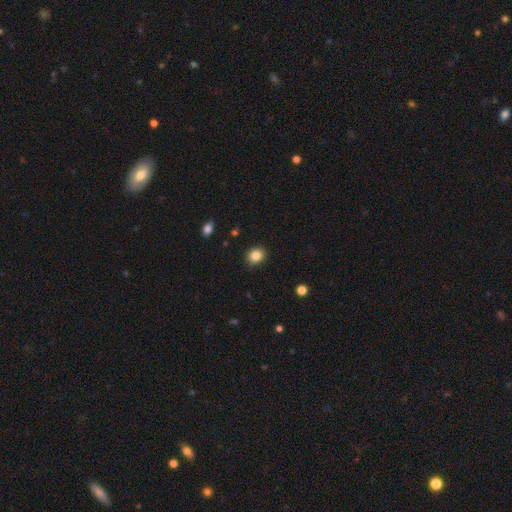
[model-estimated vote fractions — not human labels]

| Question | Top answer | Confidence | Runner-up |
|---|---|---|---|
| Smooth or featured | smooth | 85% | star or artifact (10%) |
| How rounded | round | 64% | in between (35%) |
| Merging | none | 86% | minor disturbance (10%) |